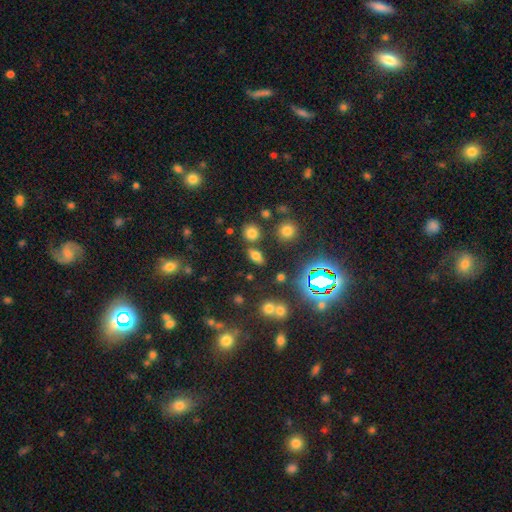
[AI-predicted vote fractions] The model was most divided on "smooth or featured": smooth: 66%, star or artifact: 22%, featured or disk: 11%. More confident: how rounded — in between (76%); merging — none (76%).